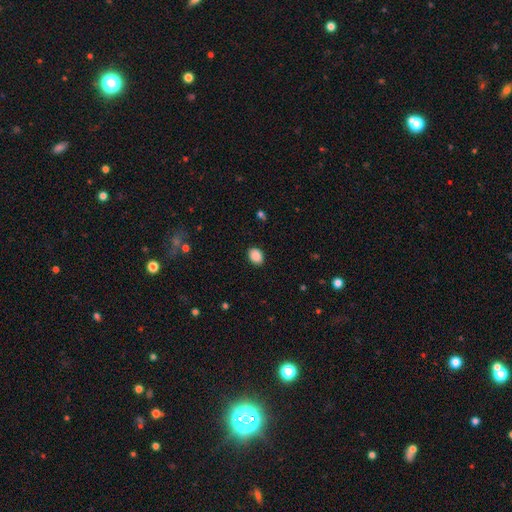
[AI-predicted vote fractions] This is clearly a smooth galaxy (89%). How rounded: likely in between (69%). Merging: clearly none (88%).